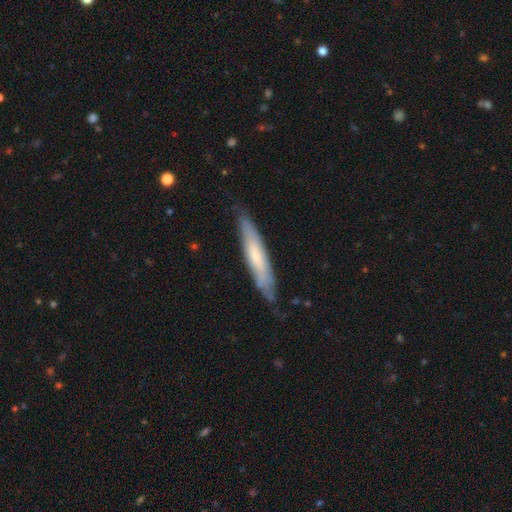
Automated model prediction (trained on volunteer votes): Q: Smooth or featured?
A: smooth (53%); runner-up: featured or disk (41%)
Q: How rounded?
A: cigar-shaped (88%); runner-up: in between (11%)
Q: Merging?
A: none (77%); runner-up: minor disturbance (18%)